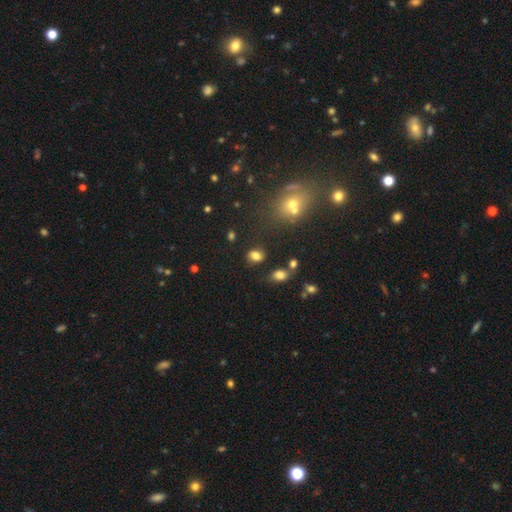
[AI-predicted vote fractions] Smooth or featured? Predicted: smooth (p=0.78). How rounded? Predicted: in between (p=0.60). Merging? Predicted: none (p=0.74).